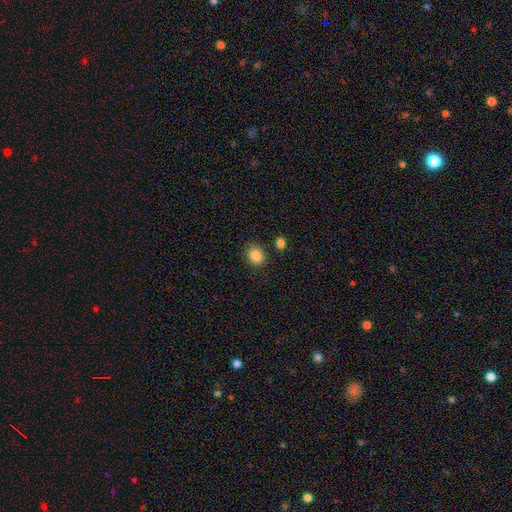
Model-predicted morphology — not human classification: A smooth galaxy with no disk features (87%) that is round (58%).

Vote fractions:
- Smooth or featured? smooth: 87% / star or artifact: 9% / featured or disk: 4%
- How rounded? round: 58% / in between: 41% / cigar-shaped: 1%
- Merging? none: 82% / minor disturbance: 10% / merger: 4% / major disturbance: 3%